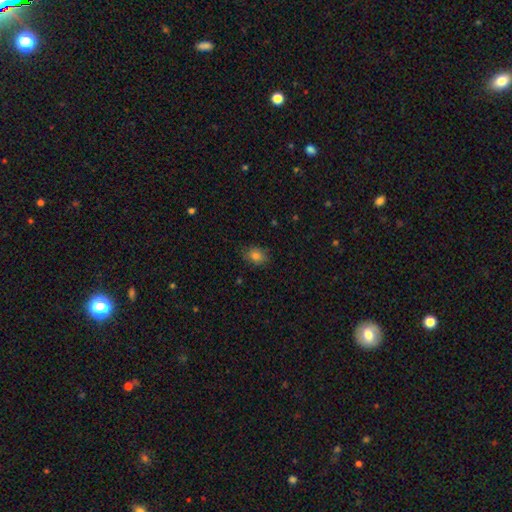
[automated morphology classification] The model was most divided on "how rounded": in between: 60%, round: 38%, cigar-shaped: 1%. More confident: smooth or featured — smooth (82%); merging — none (77%).